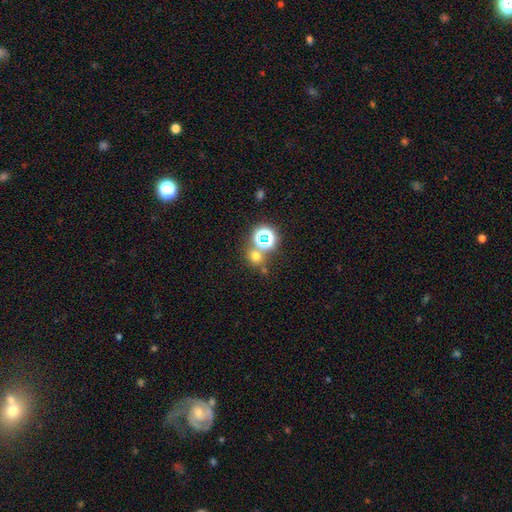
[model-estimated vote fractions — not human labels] A smooth galaxy with no disk features (58%) that is round (82%). Merging: none (65%).